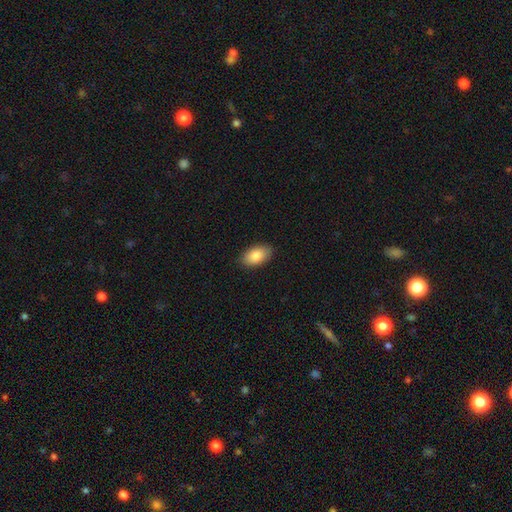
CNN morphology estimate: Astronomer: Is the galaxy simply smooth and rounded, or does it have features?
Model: smooth — 86%.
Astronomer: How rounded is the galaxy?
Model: in between — 93%.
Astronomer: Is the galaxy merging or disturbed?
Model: none — 87%.